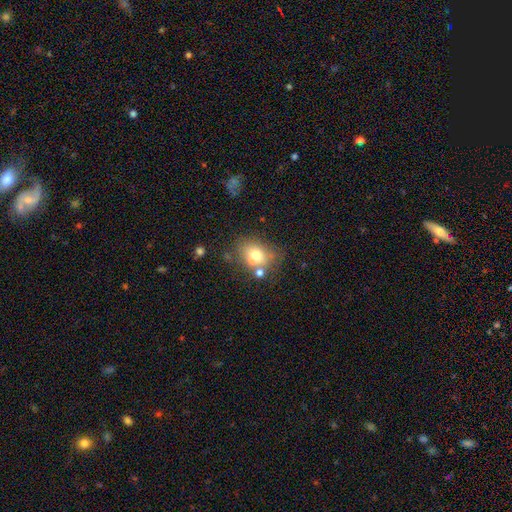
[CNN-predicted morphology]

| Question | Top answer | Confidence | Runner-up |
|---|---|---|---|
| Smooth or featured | smooth | 66% | featured or disk (21%) |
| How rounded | in between | 54% | round (45%) |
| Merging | none | 52% | merger (23%) |